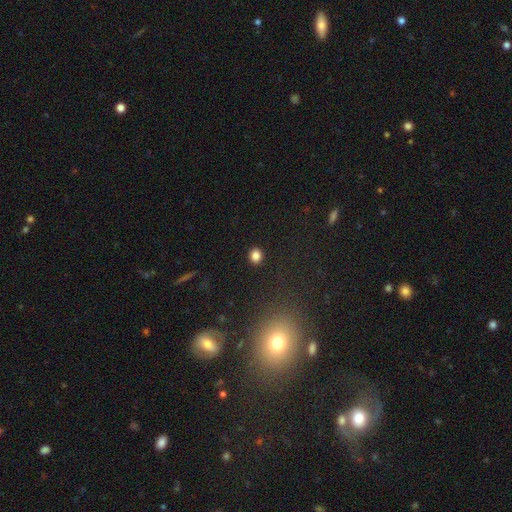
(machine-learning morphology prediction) Overall: smooth (83%). How rounded: round (72%). Merging: none (91%).